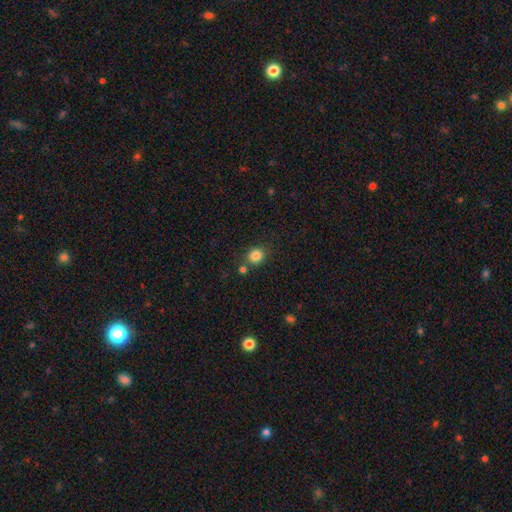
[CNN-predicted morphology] This is clearly a smooth galaxy (83%). How rounded: likely round (78%). Merging: likely none (76%).